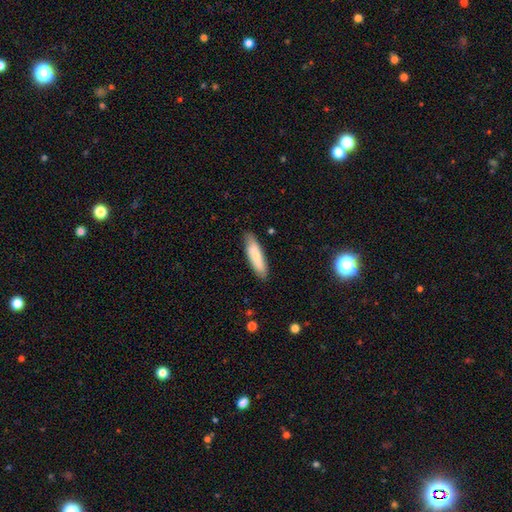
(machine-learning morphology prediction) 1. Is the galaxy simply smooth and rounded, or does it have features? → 77% smooth, 18% featured or disk, 6% star or artifact.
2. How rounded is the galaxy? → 62% cigar-shaped, 36% in between, 1% round.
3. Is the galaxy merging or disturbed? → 82% none, 14% minor disturbance, 2% major disturbance, 1% merger.